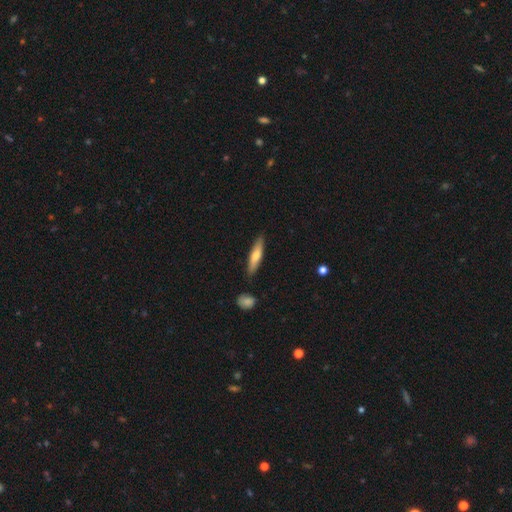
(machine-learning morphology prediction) The model was most divided on "smooth or featured": smooth: 65%, featured or disk: 29%, star or artifact: 5%. More confident: merging — none (86%); how rounded — cigar-shaped (81%).